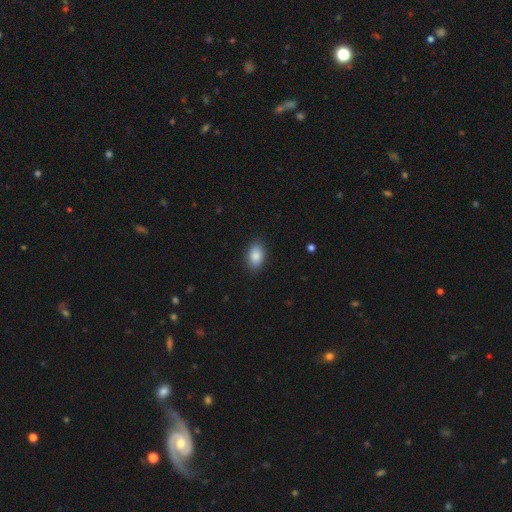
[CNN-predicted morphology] Overall: smooth (86%). How rounded: in between (88%). Merging: none (87%).